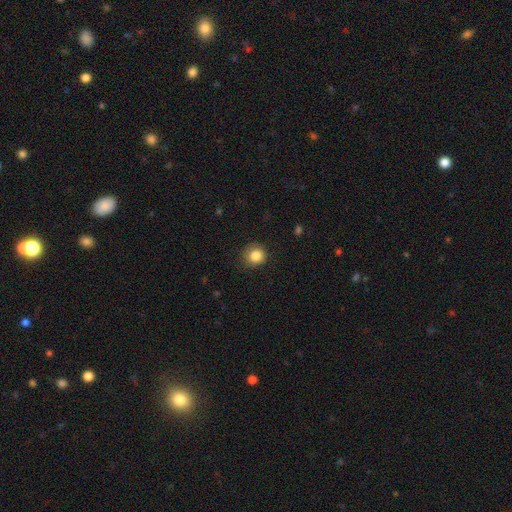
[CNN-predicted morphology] Q: Smooth or featured?
A: smooth (85%); runner-up: star or artifact (11%)
Q: How rounded?
A: round (88%); runner-up: in between (11%)
Q: Merging?
A: none (81%); runner-up: minor disturbance (15%)